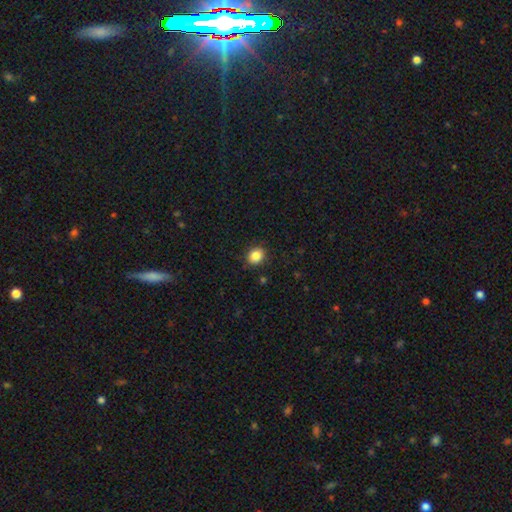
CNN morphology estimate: smooth-or-featured: smooth: 86% | star or artifact: 10% | featured or disk: 4%
  how-rounded: round: 74% | in between: 25% | cigar-shaped: 1%
  merging: none: 88% | minor disturbance: 8% | major disturbance: 2% | merger: 1%